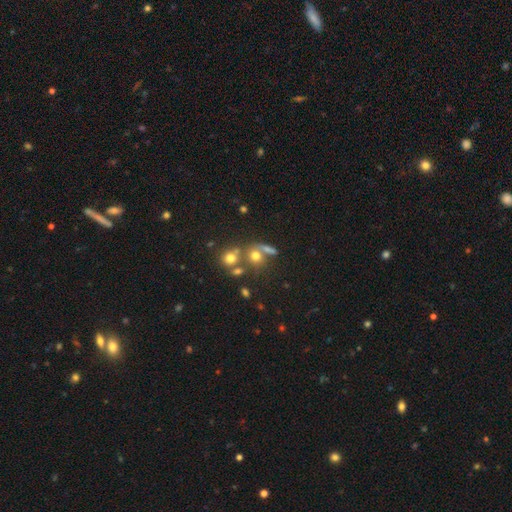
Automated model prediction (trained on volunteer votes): The model was most divided on "merging": none: 46%, merger: 36%, minor disturbance: 11%, major disturbance: 8%. More confident: how rounded — round (74%); smooth or featured — smooth (65%).